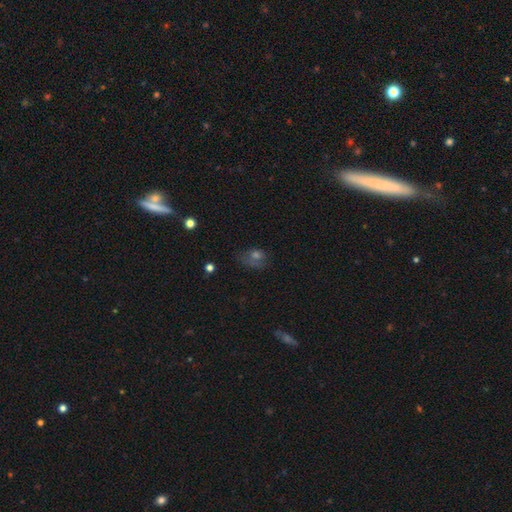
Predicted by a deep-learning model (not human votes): The model was most divided on "merging": none: 46%, minor disturbance: 25%, major disturbance: 25%, merger: 4%. Remaining: smooth or featured — smooth (48%).